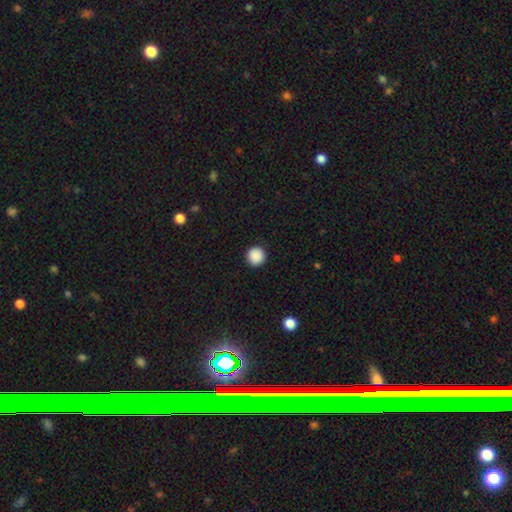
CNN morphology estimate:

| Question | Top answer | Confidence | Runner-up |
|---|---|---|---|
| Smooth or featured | smooth | 89% | star or artifact (9%) |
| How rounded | round | 95% | in between (4%) |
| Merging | none | 93% | minor disturbance (5%) |